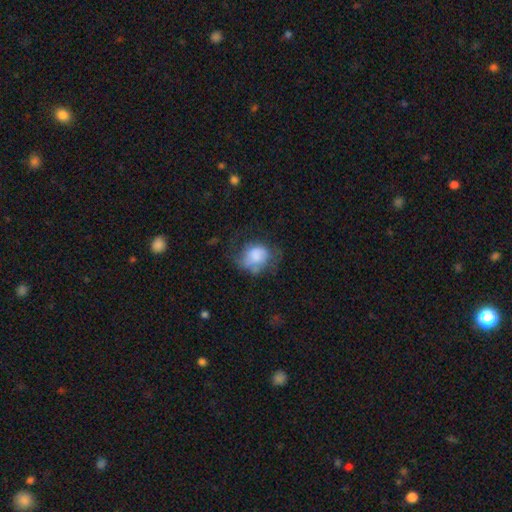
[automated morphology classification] Smooth or featured? smooth (62%)
How rounded? round (53%)
Merging? none (35%)